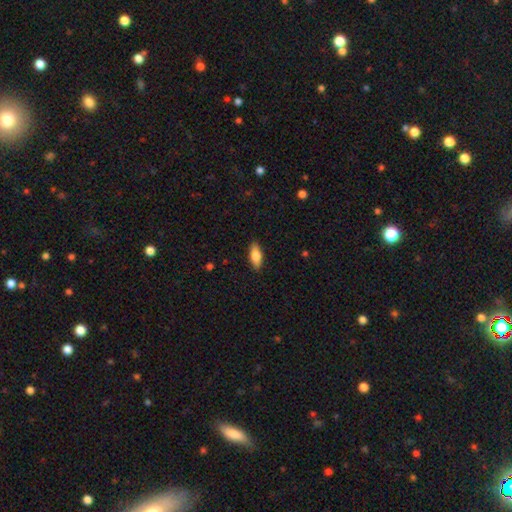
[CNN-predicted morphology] This appears to be a smooth galaxy with no disk features (80%) that is in between round and cigar-shaped (77%). Merging: none (88%).